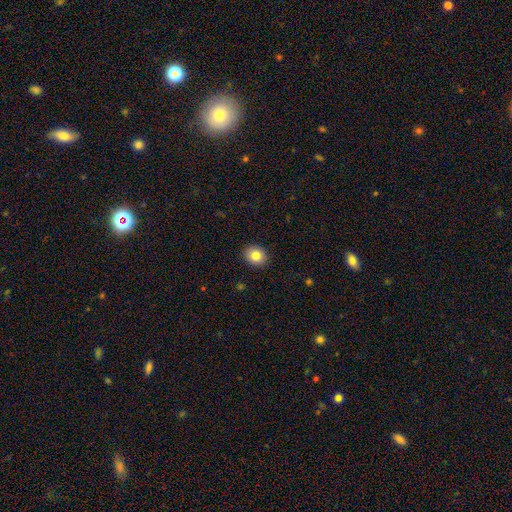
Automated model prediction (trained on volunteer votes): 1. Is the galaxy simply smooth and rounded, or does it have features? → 82% smooth, 9% star or artifact, 8% featured or disk.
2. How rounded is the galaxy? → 67% round, 32% in between, 1% cigar-shaped.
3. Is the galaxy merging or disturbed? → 91% none, 6% minor disturbance, 2% major disturbance, 1% merger.